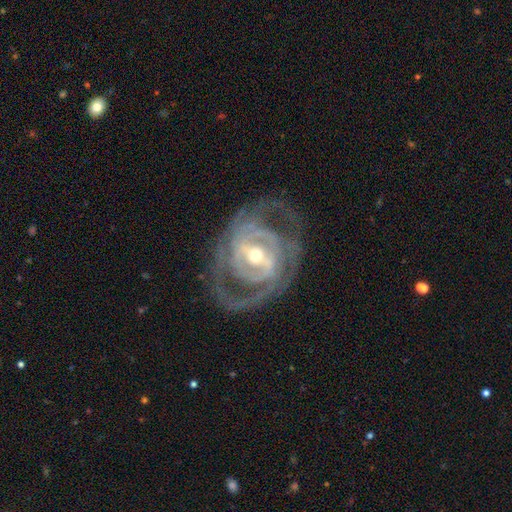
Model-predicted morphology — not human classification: Overall: featured or disk (88%). Edge-on disk: no (96%). Bar: strong (43%; weak 37%). Spiral arms: yes (87%). Spiral arm count: 2 (47%; can't tell 25%). Spiral winding: tight (52%; medium 36%). Bulge size: moderate (51%; small 44%). Merging: none (69%).